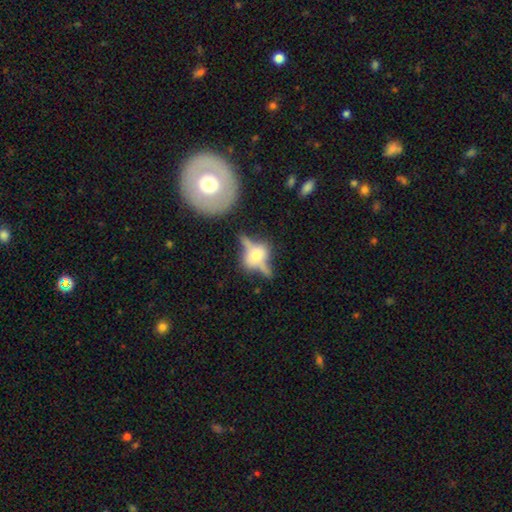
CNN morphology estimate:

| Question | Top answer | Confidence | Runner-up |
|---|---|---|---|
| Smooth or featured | featured or disk | 66% | smooth (23%) |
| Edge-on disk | yes | 83% | no (17%) |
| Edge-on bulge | rounded | 93% | boxy (5%) |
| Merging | none | 62% | minor disturbance (17%) |